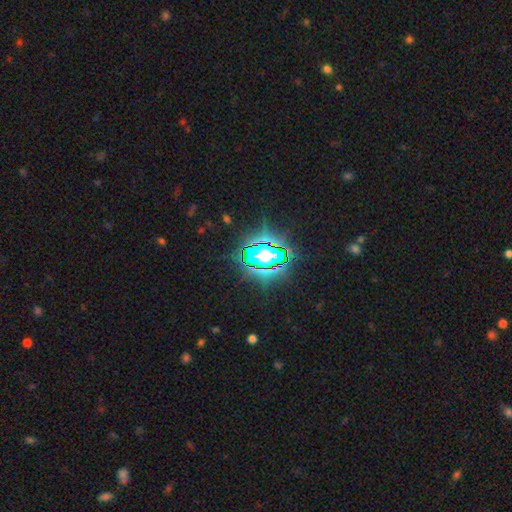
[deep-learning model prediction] Q: Smooth or featured?
A: star or artifact (81%); runner-up: smooth (11%)